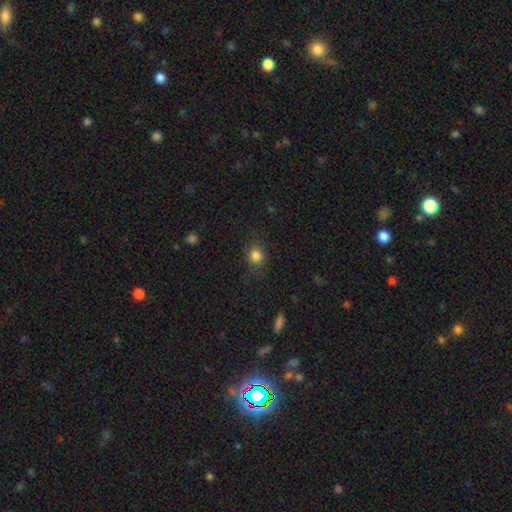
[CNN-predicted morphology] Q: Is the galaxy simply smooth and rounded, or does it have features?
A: smooth — 83%.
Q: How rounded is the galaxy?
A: round — 72%.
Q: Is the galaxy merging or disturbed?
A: none — 80%.